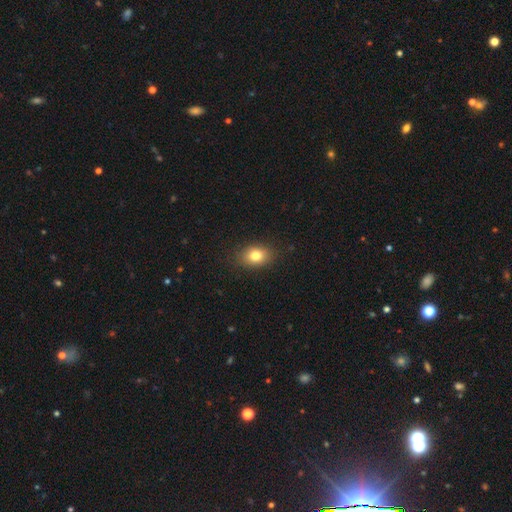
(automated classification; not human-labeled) Smooth or featured? Predicted: smooth (p=0.80). How rounded? Predicted: in between (p=0.69). Merging? Predicted: none (p=0.87).